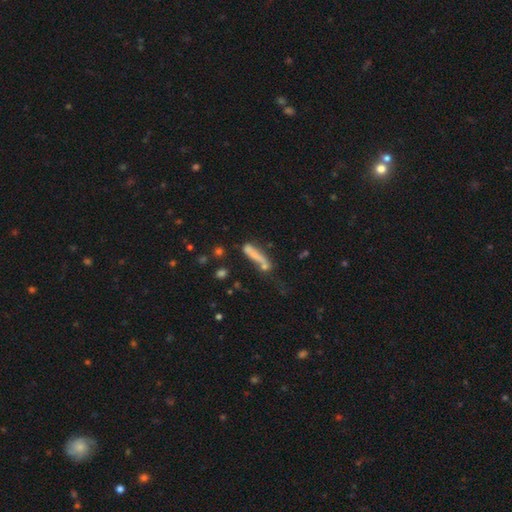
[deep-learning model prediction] Smooth or featured?
  - smooth: 62% *
  - featured or disk: 26%
  - star or artifact: 12%
How rounded?
  - cigar-shaped: 83% *
  - in between: 14%
  - round: 3%
Merging?
  - none: 45% *
  - minor disturbance: 22%
  - merger: 18%
  - major disturbance: 16%